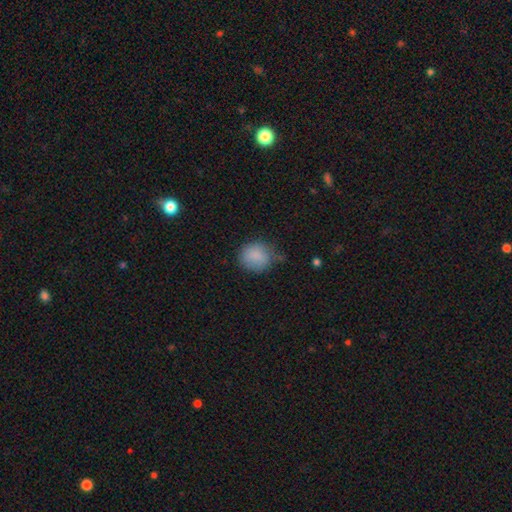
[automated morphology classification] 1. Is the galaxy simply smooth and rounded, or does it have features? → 86% smooth, 8% star or artifact, 6% featured or disk.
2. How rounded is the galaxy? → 77% round, 22% in between, 1% cigar-shaped.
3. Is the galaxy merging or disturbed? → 61% none, 29% minor disturbance, 8% major disturbance, 3% merger.